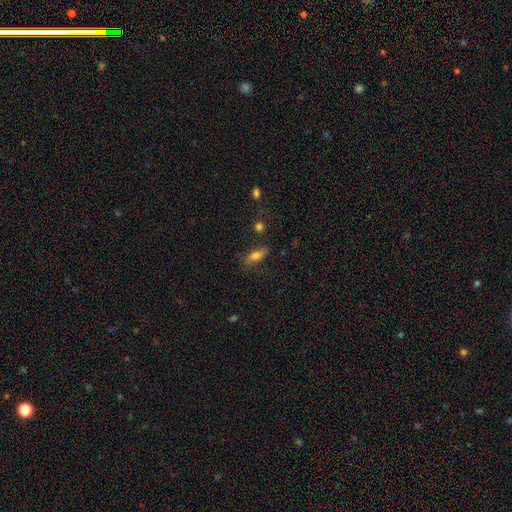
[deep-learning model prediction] Smooth or featured?
  - smooth: 72% *
  - featured or disk: 19%
  - star or artifact: 9%
How rounded?
  - in between: 67% *
  - cigar-shaped: 29%
  - round: 4%
Merging?
  - none: 71% *
  - minor disturbance: 20%
  - major disturbance: 6%
  - merger: 3%